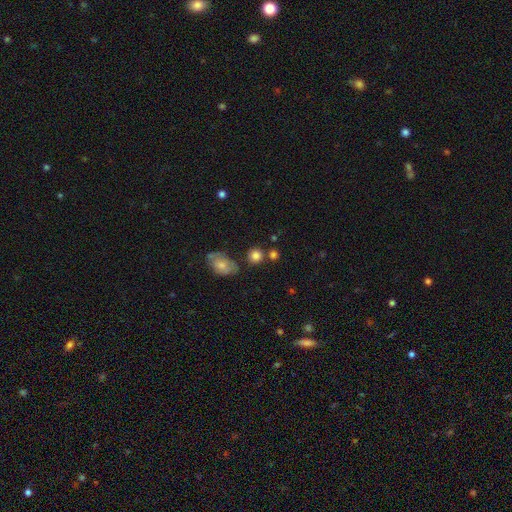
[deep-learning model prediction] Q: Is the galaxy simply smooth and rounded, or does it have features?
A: smooth — 82%.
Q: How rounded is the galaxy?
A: round — 86%.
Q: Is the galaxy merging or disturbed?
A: none — 69%.